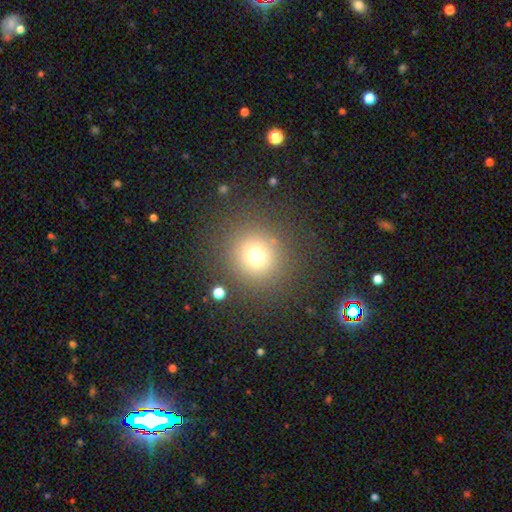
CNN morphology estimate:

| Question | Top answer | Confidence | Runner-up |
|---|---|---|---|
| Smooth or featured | smooth | 71% | star or artifact (19%) |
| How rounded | round | 93% | in between (6%) |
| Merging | none | 85% | minor disturbance (7%) |